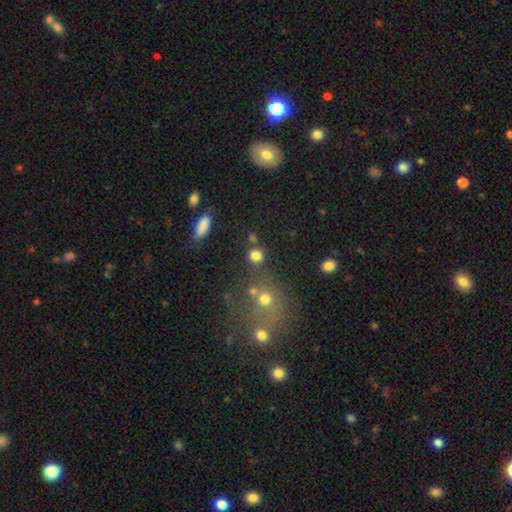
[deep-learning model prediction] This appears to be a smooth galaxy with no disk features (79%) that is round (86%). Merging: none (73%).